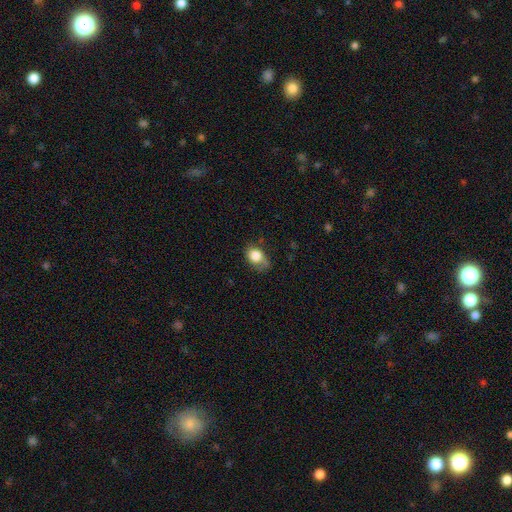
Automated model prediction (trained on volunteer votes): Morphology: type=smooth (80%); roundness=in between (59%); merging=none (40%).